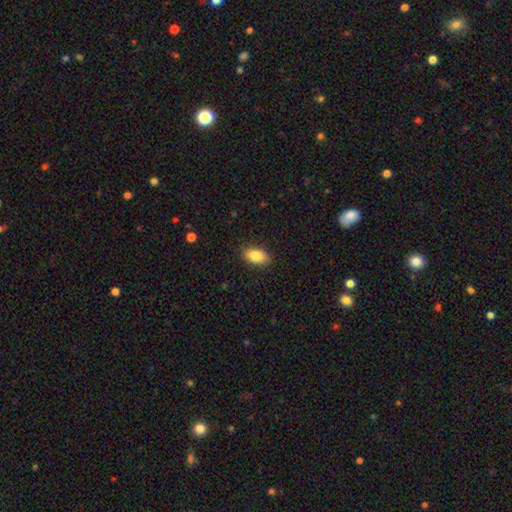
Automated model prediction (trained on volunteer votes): A smooth galaxy with no disk features (86%) that is in between round and cigar-shaped (92%).

Vote fractions:
- Smooth or featured? smooth: 86% / star or artifact: 7% / featured or disk: 7%
- How rounded? in between: 92% / round: 6% / cigar-shaped: 2%
- Merging? none: 87% / minor disturbance: 10% / major disturbance: 2% / merger: 1%